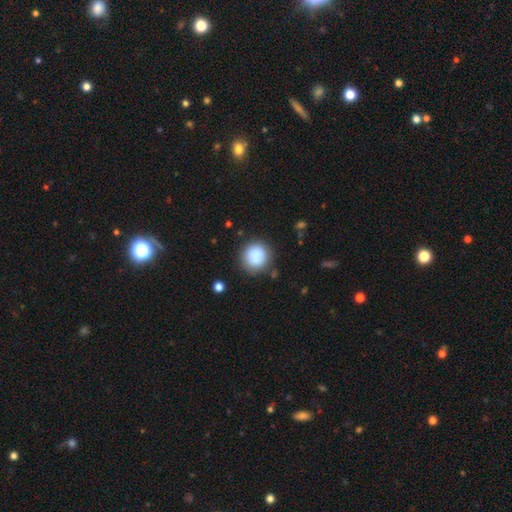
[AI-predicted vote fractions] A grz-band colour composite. It shows a smooth galaxy with no disk features (82%) that is round (91%). Merging: none (74%).